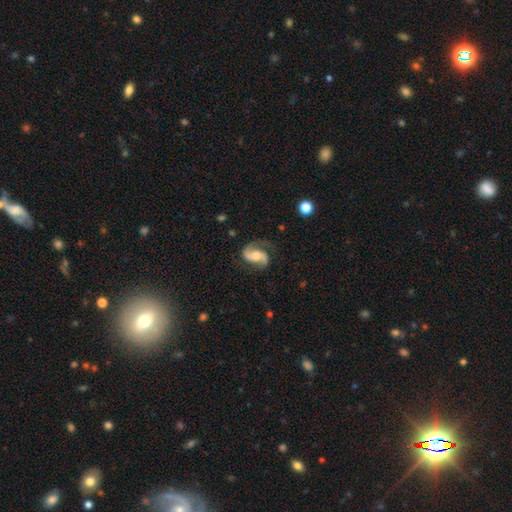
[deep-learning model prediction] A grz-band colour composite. It shows a featured or disk galaxy (87%) with no bar (49%), 2 (92%) medium (46%) spiral arms (97%) and a moderate central bulge (68%). Merging: none (74%).